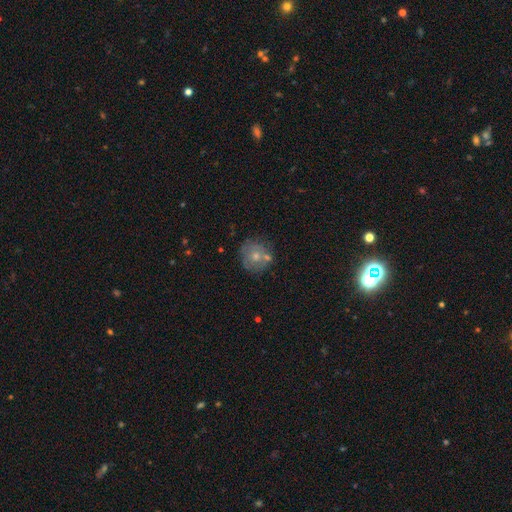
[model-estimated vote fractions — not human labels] smooth_or_featured: smooth (p=0.57) [alt: featured or disk p=0.35]
how_rounded: round (p=0.88) [alt: in between p=0.11]
merging: none (p=0.58) [alt: minor disturbance p=0.19]